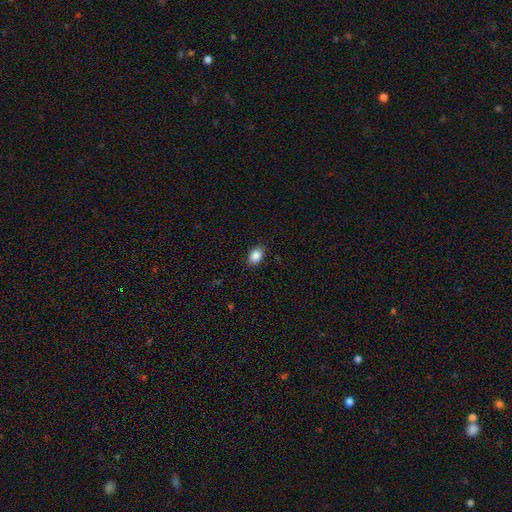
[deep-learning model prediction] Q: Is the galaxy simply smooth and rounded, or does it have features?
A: smooth — 87%.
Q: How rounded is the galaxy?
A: in between — 81%.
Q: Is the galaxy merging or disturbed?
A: none — 88%.